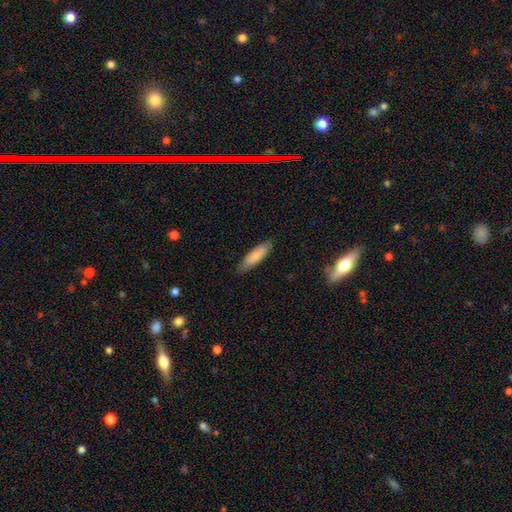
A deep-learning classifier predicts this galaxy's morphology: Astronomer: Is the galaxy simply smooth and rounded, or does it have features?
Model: smooth — 81%.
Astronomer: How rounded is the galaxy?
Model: cigar-shaped — 66%.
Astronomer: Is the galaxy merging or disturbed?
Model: none — 84%.